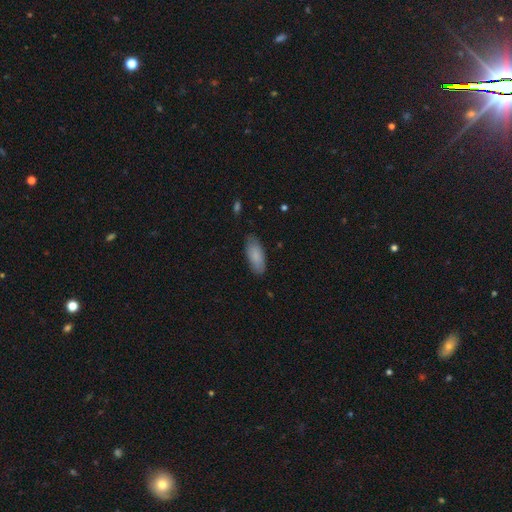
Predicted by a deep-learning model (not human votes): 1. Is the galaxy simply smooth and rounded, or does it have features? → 84% smooth, 10% featured or disk, 6% star or artifact.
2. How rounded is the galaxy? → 83% in between, 15% cigar-shaped, 2% round.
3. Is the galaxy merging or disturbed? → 79% none, 16% minor disturbance, 3% major disturbance, 1% merger.